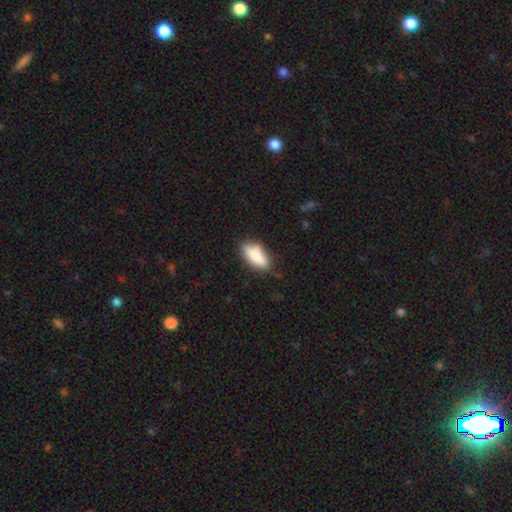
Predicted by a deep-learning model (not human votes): smooth 82%, featured or disk 11%, star or artifact 7%. Down the decision tree: how rounded — in between (81%); merging — none (72%).